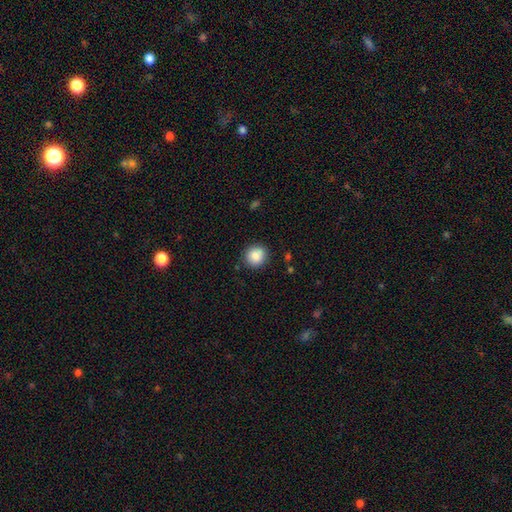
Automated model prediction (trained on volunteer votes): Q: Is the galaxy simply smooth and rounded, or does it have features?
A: smooth — 85%.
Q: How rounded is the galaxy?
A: round — 89%.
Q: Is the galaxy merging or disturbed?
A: none — 85%.